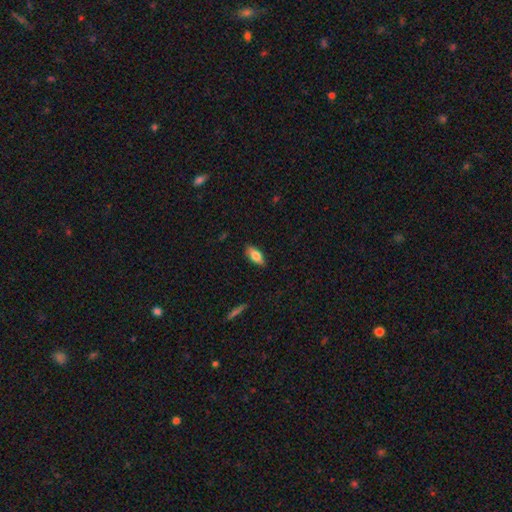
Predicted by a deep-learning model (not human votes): A smooth galaxy with no disk features (78%) that is in between round and cigar-shaped (83%). Merging: none (86%).